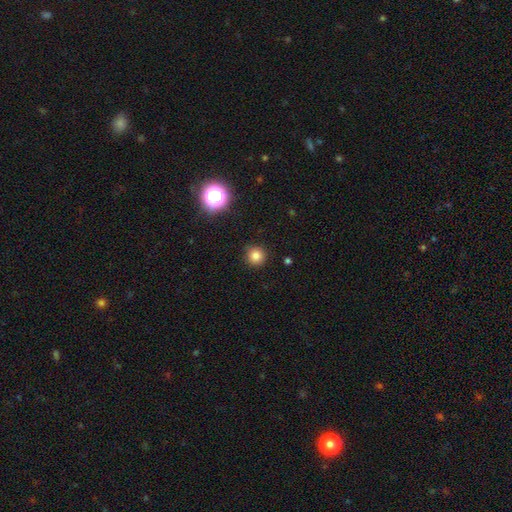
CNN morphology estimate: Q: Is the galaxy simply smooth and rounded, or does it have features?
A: smooth — 80%.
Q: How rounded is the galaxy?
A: round — 94%.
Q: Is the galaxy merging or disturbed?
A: none — 89%.